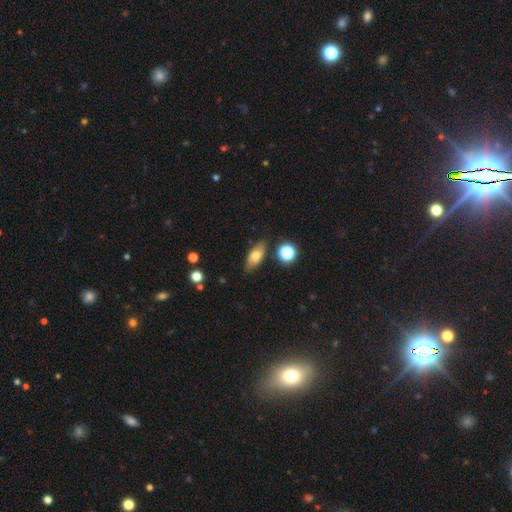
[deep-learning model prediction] Smooth or featured? Predicted: smooth (p=0.71). How rounded? Predicted: in between (p=0.79). Merging? Predicted: none (p=0.81).